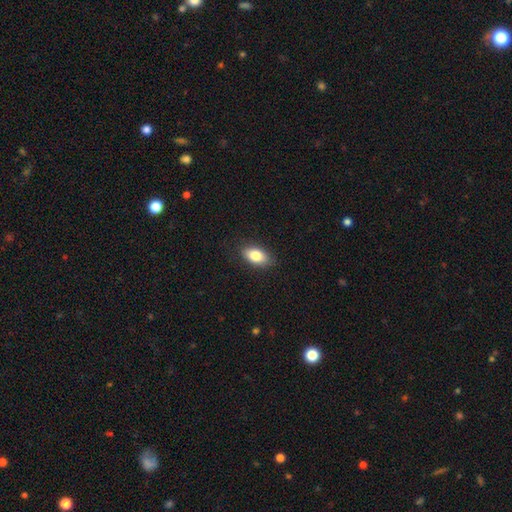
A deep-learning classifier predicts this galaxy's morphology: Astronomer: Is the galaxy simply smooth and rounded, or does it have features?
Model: smooth — 83%.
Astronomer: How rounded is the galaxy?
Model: in between — 90%.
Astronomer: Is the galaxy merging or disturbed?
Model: none — 86%.